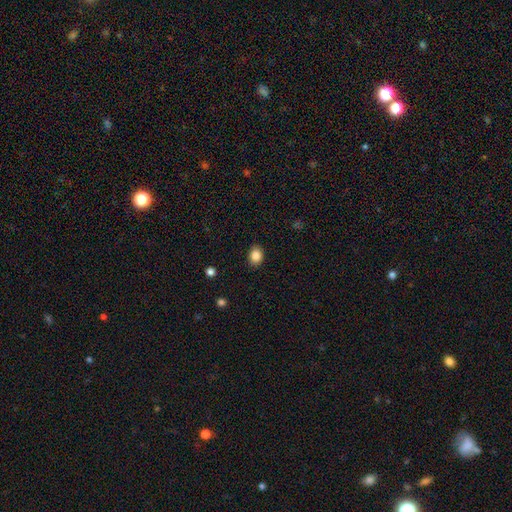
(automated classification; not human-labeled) This appears to be a smooth galaxy with no disk features (86%) that is in between round and cigar-shaped (59%). Merging: none (89%).